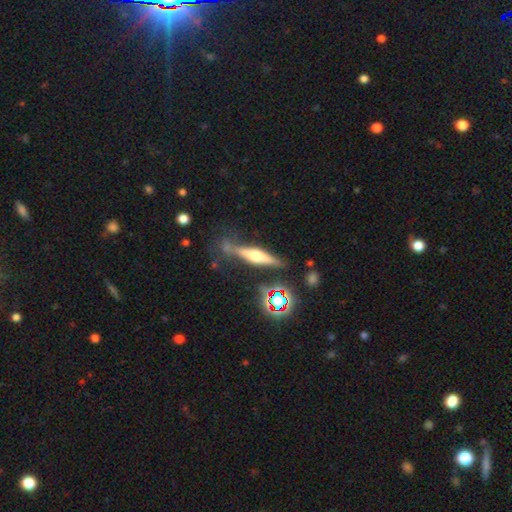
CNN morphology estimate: A featured or disk galaxy (61%) viewed edge-on (94%) with a rounded central bulge (85%).

Vote fractions:
- Smooth or featured? featured or disk: 61% / smooth: 28% / star or artifact: 11%
- Edge-on disk? yes: 94% / no: 6%
- Edge-on bulge? rounded: 85% / boxy: 11% / none: 4%
- Merging? none: 72% / minor disturbance: 16% / merger: 6% / major disturbance: 6%